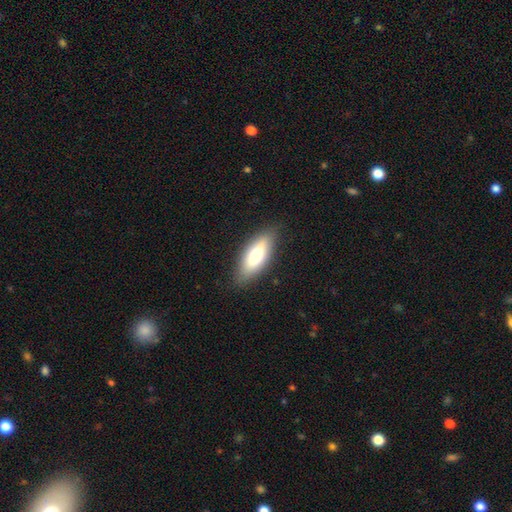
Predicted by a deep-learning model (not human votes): Smooth or featured?
  - smooth: 68% *
  - featured or disk: 26%
  - star or artifact: 6%
How rounded?
  - in between: 69% *
  - cigar-shaped: 29%
  - round: 2%
Merging?
  - none: 85% *
  - minor disturbance: 11%
  - major disturbance: 3%
  - merger: 1%